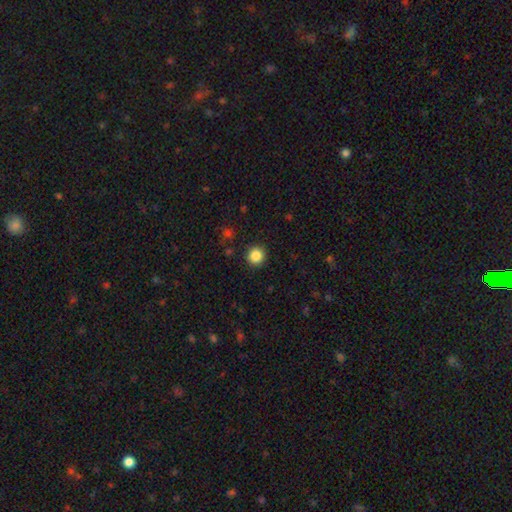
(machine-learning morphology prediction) A smooth galaxy with no disk features (85%) that is round (94%).

Vote fractions:
- Smooth or featured? smooth: 85% / star or artifact: 11% / featured or disk: 4%
- How rounded? round: 94% / in between: 5% / cigar-shaped: 1%
- Merging? none: 91% / minor disturbance: 5% / major disturbance: 2% / merger: 1%